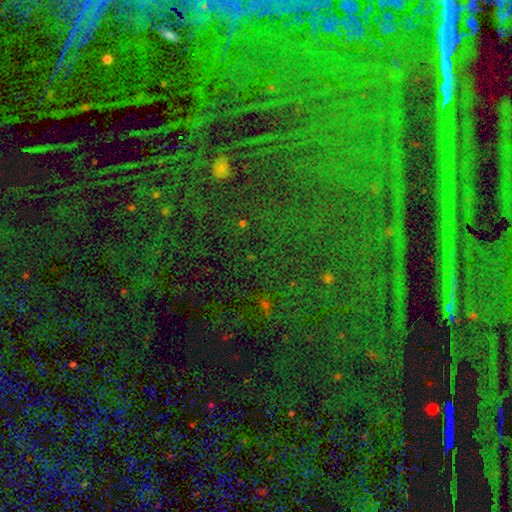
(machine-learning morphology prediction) Smooth or featured? Predicted: star or artifact (p=0.82).